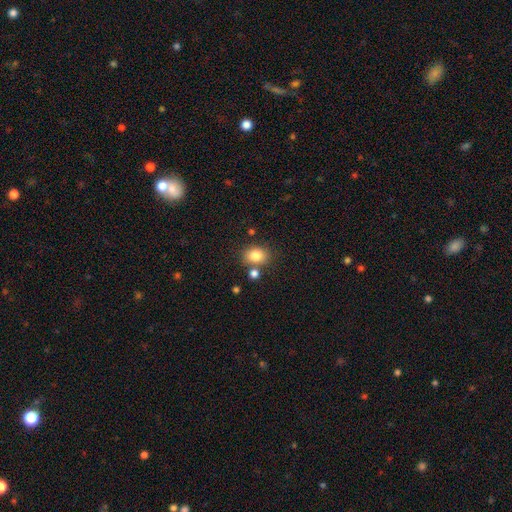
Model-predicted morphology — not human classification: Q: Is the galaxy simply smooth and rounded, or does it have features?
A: smooth — 83%.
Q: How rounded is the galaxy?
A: in between — 54%.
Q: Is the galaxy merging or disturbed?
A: none — 71%.